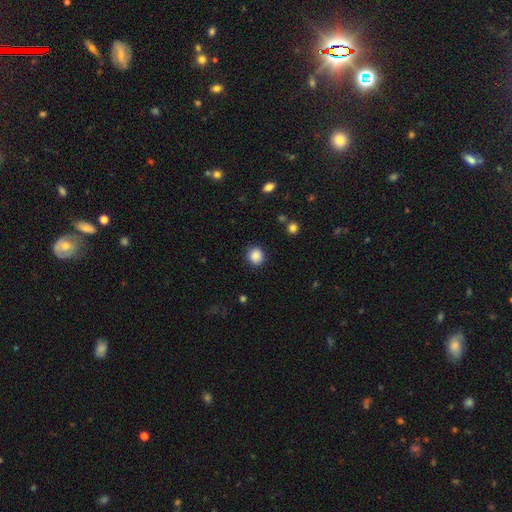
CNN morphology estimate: This is clearly a smooth galaxy (87%). How rounded: clearly round (83%). Merging: clearly none (88%).